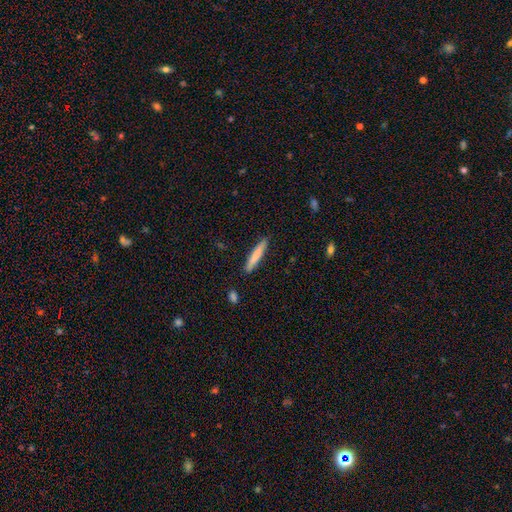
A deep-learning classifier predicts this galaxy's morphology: Smooth or featured: smooth — 78% (featured or disk — 16%)
How rounded: cigar-shaped — 92% (in between — 7%)
Merging: none — 89% (minor disturbance — 8%)